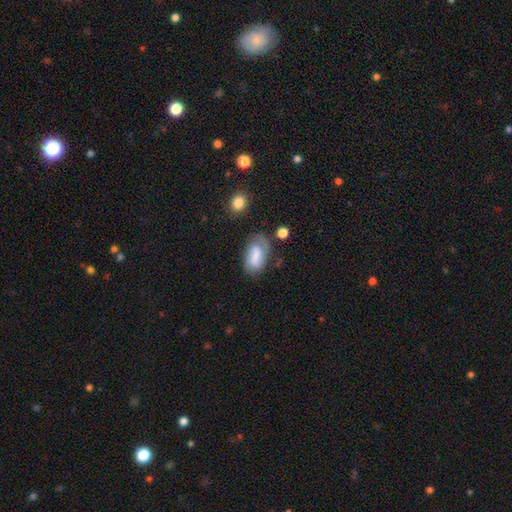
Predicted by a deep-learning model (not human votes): A smooth galaxy with no disk features (67%) that is in between round and cigar-shaped (91%). Merging: none (57%).